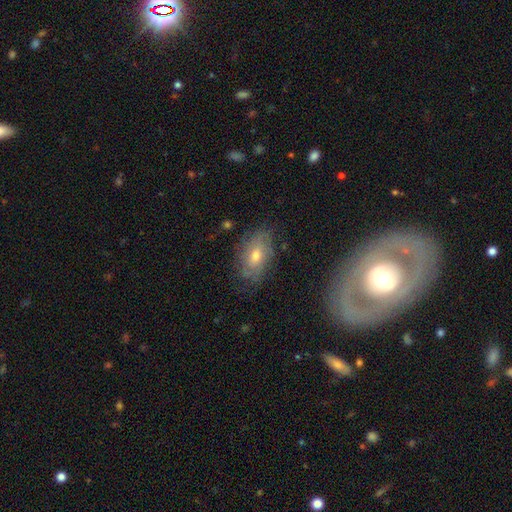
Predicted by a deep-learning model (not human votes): The model was most divided on "smooth or featured": featured or disk: 49%, smooth: 41%, star or artifact: 10%. More confident: merging — none (71%).